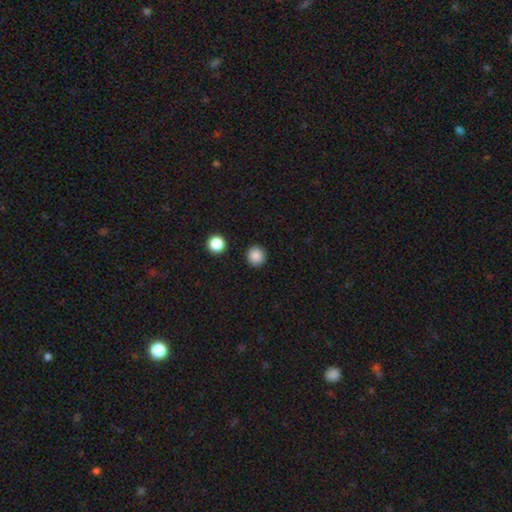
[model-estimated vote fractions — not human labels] Overall: smooth (87%). How rounded: round (93%). Merging: none (91%).